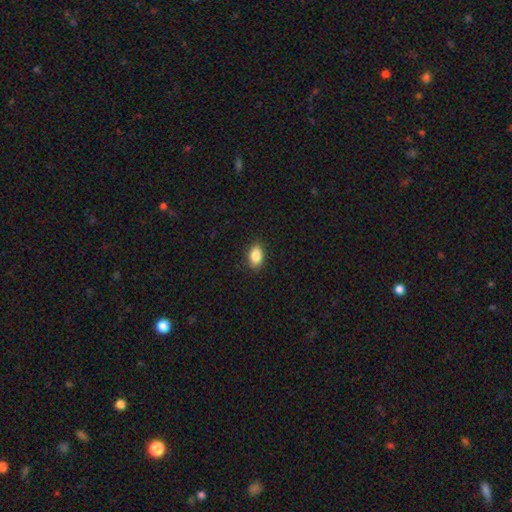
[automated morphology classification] smooth 85%, star or artifact 8%, featured or disk 7%. Down the decision tree: how rounded — in between (87%); merging — none (88%).